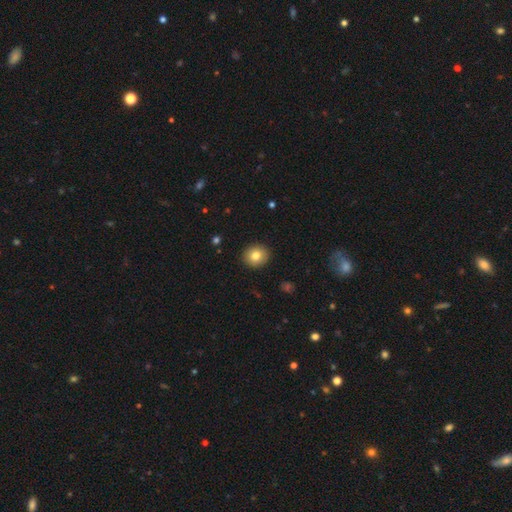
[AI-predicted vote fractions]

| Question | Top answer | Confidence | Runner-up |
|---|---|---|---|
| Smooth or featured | smooth | 80% | featured or disk (10%) |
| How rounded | round | 81% | in between (18%) |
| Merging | none | 92% | minor disturbance (6%) |